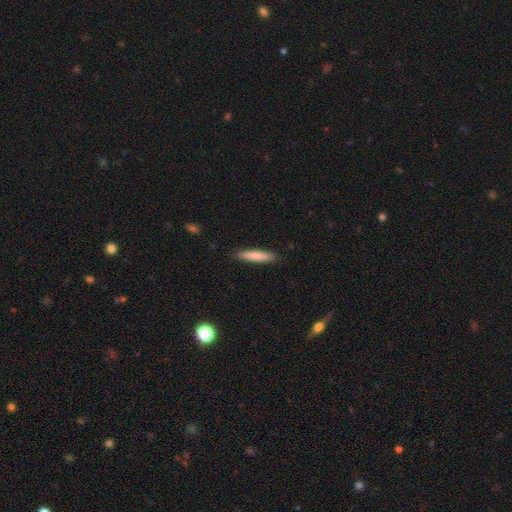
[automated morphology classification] Smooth or featured? Predicted: smooth (p=0.82). How rounded? Predicted: cigar-shaped (p=0.83). Merging? Predicted: none (p=0.89).